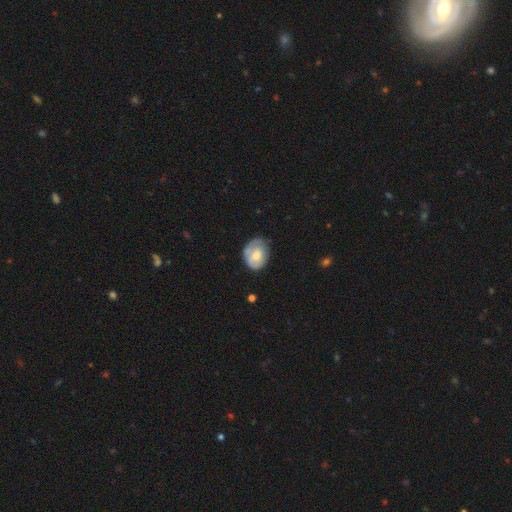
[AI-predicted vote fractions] This is possibly a smooth galaxy (55%). How rounded: possibly in between (57%). Merging: possibly none (56%).